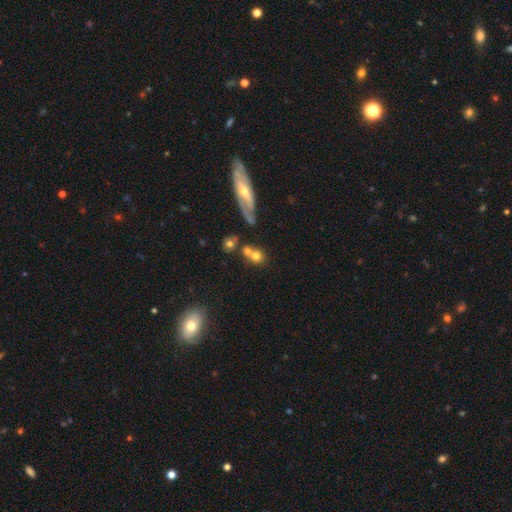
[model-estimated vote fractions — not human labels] Q: Smooth or featured?
A: smooth (68%); runner-up: featured or disk (20%)
Q: How rounded?
A: round (76%); runner-up: in between (21%)
Q: Merging?
A: none (41%); runner-up: merger (40%)